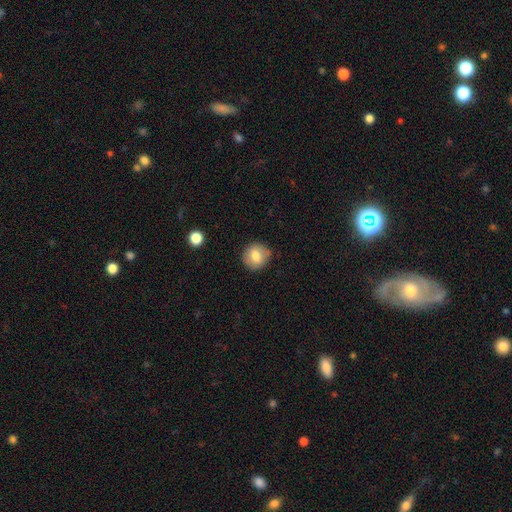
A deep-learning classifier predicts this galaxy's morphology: Smooth or featured? Predicted: smooth (p=0.76). How rounded? Predicted: round (p=0.88). Merging? Predicted: none (p=0.83).